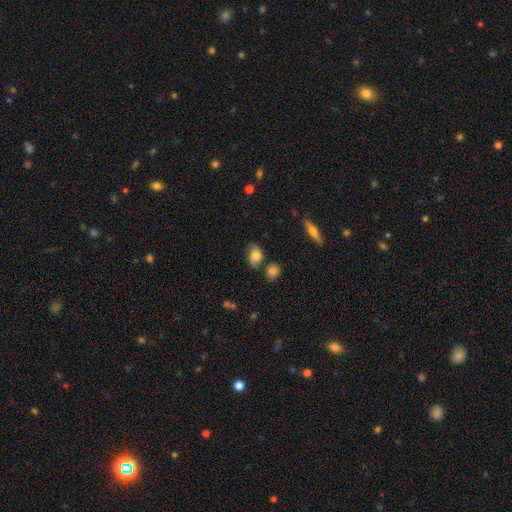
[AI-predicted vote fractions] Morphology: type=smooth (58%); roundness=in between (74%); merging=none (61%).